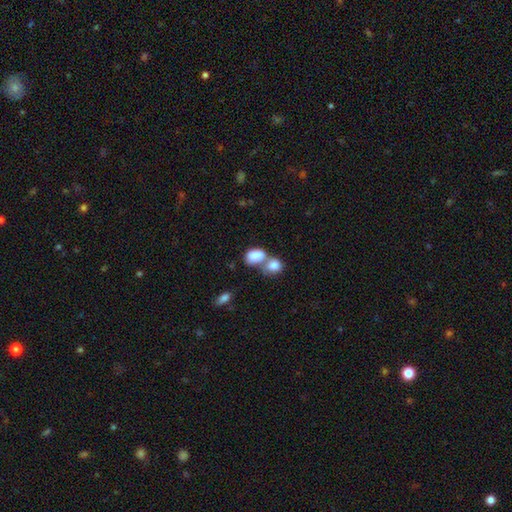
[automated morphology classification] Q: Smooth or featured?
A: smooth (82%); runner-up: featured or disk (11%)
Q: How rounded?
A: in between (81%); runner-up: round (18%)
Q: Merging?
A: merger (67%); runner-up: none (20%)